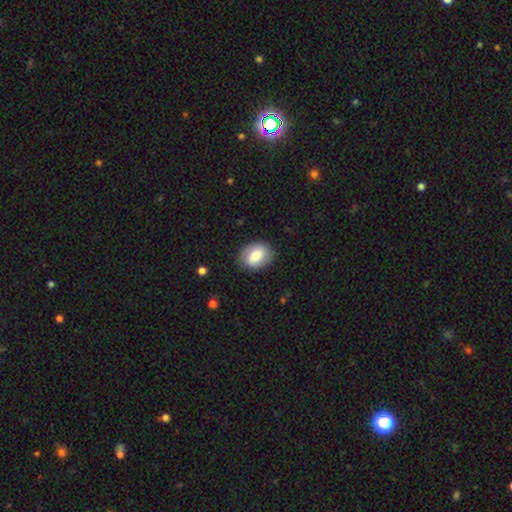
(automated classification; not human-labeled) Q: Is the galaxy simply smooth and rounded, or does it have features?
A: smooth — 73%.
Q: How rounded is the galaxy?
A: in between — 62%.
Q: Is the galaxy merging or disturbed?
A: none — 84%.